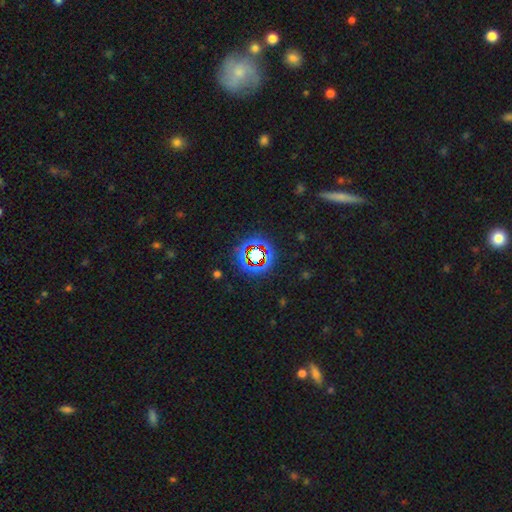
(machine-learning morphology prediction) A star or artifact, not a galaxy (73%).

Vote fractions:
- Smooth or featured? star or artifact: 73% / smooth: 17% / featured or disk: 10%